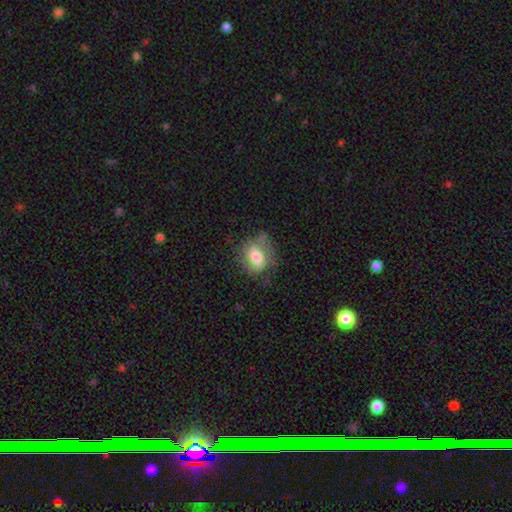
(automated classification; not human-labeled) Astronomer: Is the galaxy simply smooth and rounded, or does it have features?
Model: smooth — 69%.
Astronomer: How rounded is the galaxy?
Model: in between — 70%.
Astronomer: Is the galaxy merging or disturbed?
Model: none — 49% (runner-up: minor disturbance, 31%).